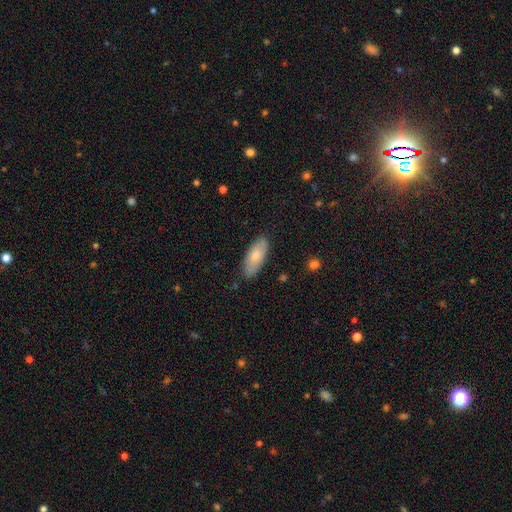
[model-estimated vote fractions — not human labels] smooth 77%, featured or disk 17%, star or artifact 6%. Down the decision tree: how rounded — in between (81%); merging — none (85%).